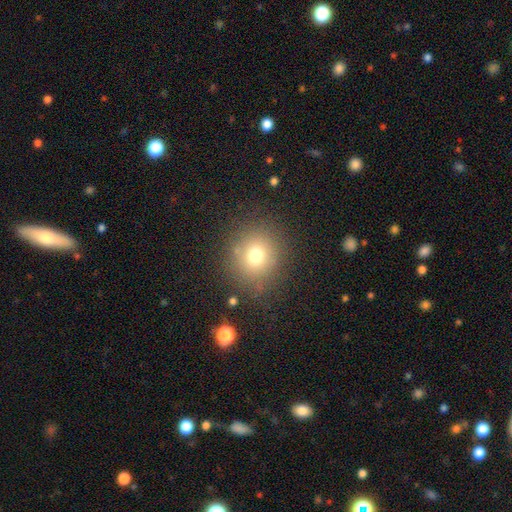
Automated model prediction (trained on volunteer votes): Overall: smooth (72%). How rounded: round (87%). Merging: none (83%).